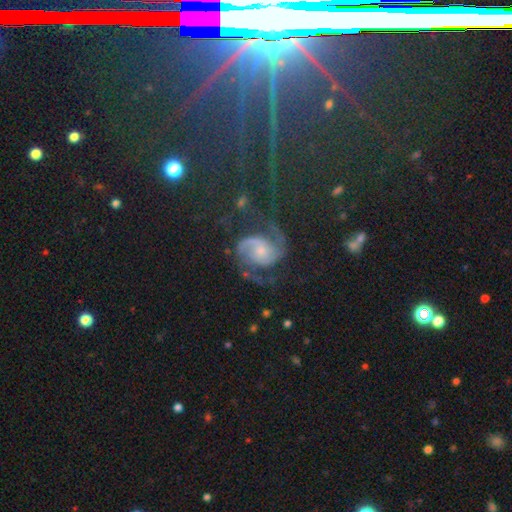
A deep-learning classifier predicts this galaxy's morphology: Overall: featured or disk (79%). Edge-on disk: no (98%). Bar: no (67%). Spiral arms: yes (97%). Spiral arm count: 2 (87%). Spiral winding: medium (55%; tight 26%). Bulge size: small (56%; moderate 34%). Merging: none (66%).